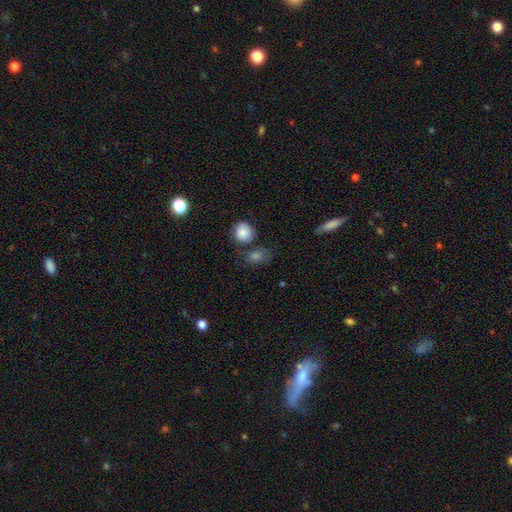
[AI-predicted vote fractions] Morphology: type=smooth (69%); roundness=round (52%); merging=none (61%).